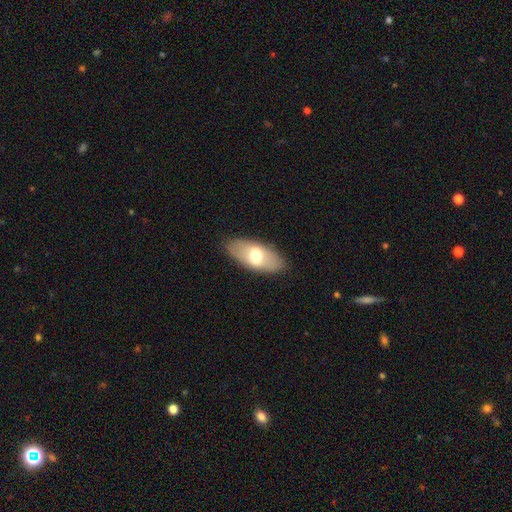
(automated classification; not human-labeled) Smooth or featured?
  - smooth: 59% *
  - featured or disk: 34%
  - star or artifact: 6%
How rounded?
  - in between: 88% *
  - cigar-shaped: 9%
  - round: 3%
Merging?
  - none: 85% *
  - minor disturbance: 11%
  - major disturbance: 3%
  - merger: 1%